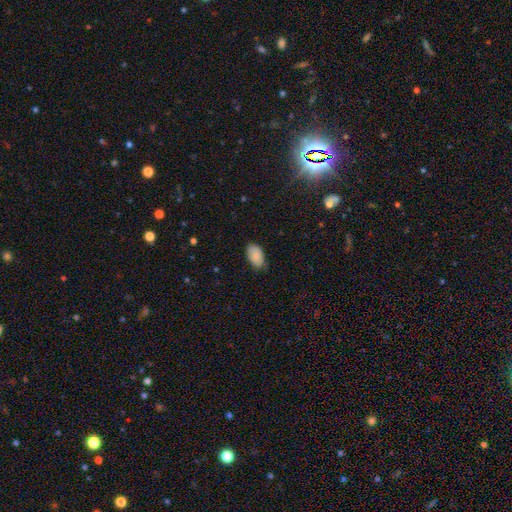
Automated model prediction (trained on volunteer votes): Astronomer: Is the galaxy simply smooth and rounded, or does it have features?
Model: smooth — 88%.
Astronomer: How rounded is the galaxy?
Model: in between — 94%.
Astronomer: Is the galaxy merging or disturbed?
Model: none — 76%.